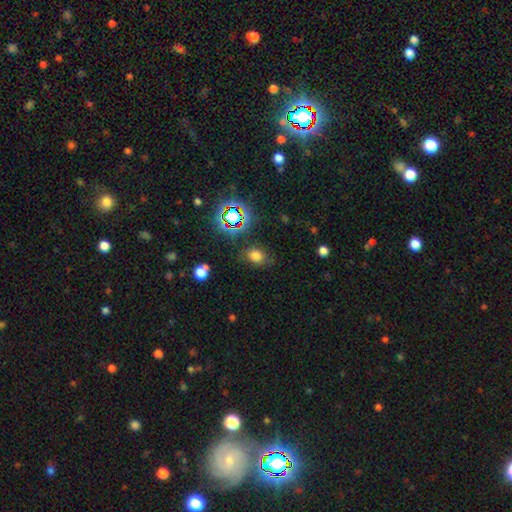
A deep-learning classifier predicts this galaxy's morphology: type=smooth (69%); roundness=in between (59%); merging=none (74%).